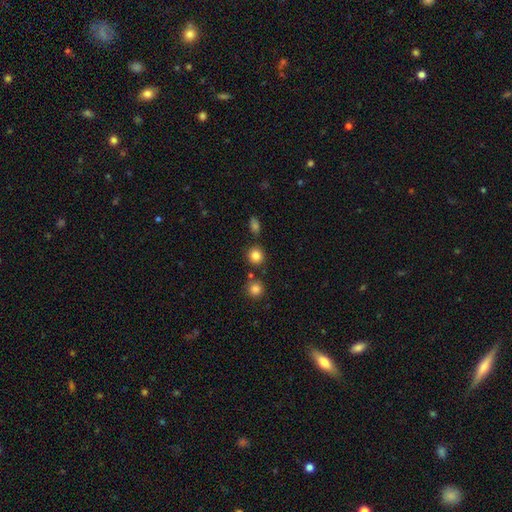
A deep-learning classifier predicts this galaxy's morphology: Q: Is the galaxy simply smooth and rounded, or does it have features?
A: smooth — 83%.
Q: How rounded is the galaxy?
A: round — 88%.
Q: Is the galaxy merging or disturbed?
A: none — 82%.